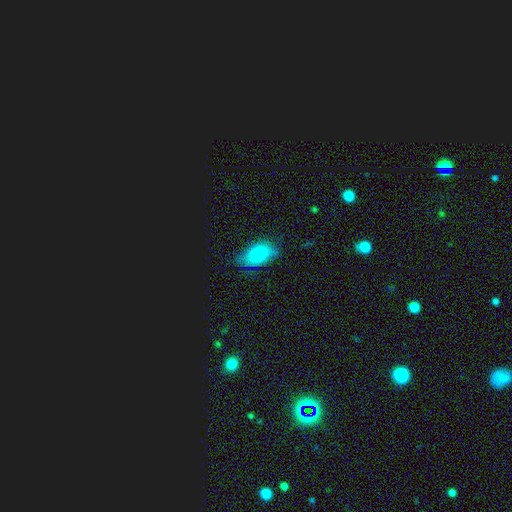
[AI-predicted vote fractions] This appears to be a smooth galaxy with no disk features (77%) that is in between round and cigar-shaped (90%). Merging: none (71%).